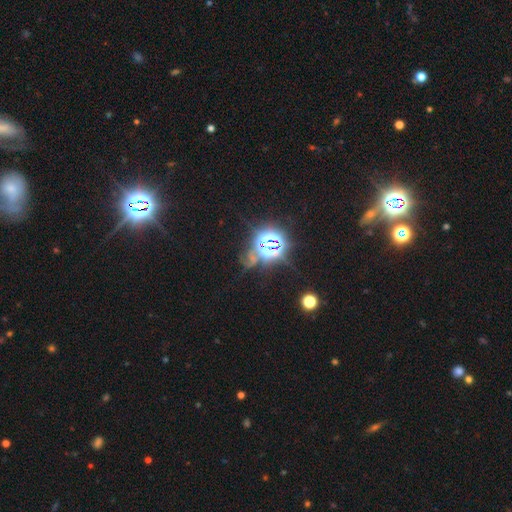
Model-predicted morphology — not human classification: This is clearly a star or artifact rather than a galaxy (83%).